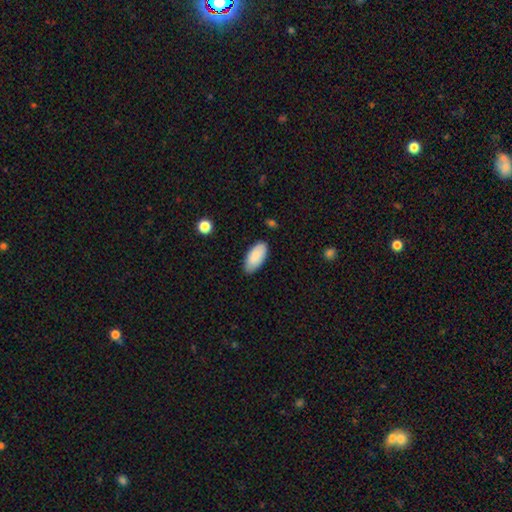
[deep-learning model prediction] Morphology: type=smooth (87%); roundness=in between (93%); merging=none (81%).